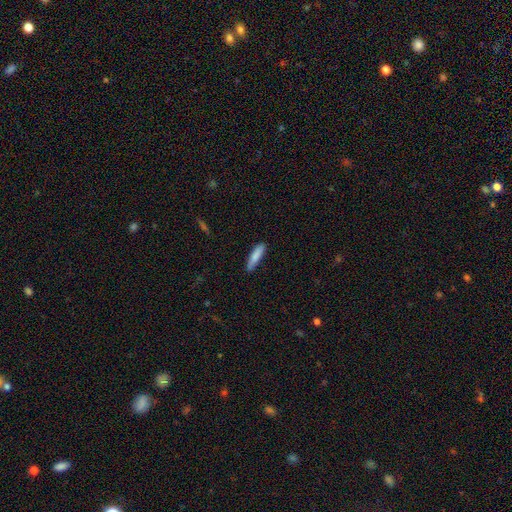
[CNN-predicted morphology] Smooth or featured? Predicted: smooth (p=0.83). How rounded? Predicted: cigar-shaped (p=0.76). Merging? Predicted: none (p=0.79).